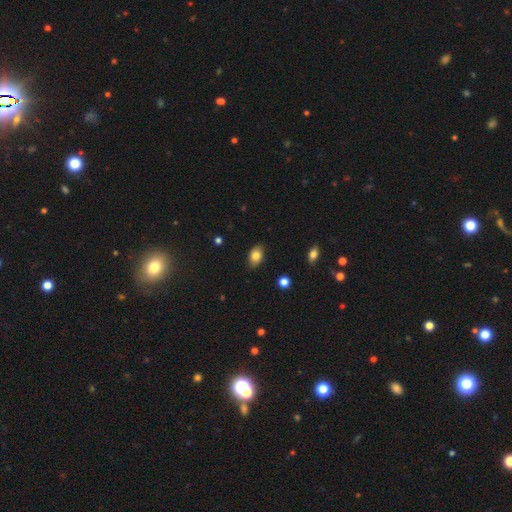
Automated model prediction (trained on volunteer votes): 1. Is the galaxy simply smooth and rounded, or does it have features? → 81% smooth, 11% featured or disk, 8% star or artifact.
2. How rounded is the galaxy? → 87% in between, 12% round, 2% cigar-shaped.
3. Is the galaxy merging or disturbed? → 84% none, 13% minor disturbance, 2% major disturbance, 1% merger.